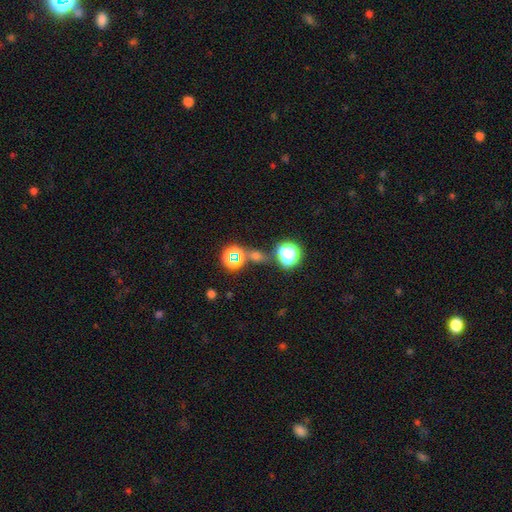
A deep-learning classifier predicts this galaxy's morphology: Overall: star or artifact (51%; smooth 38%).